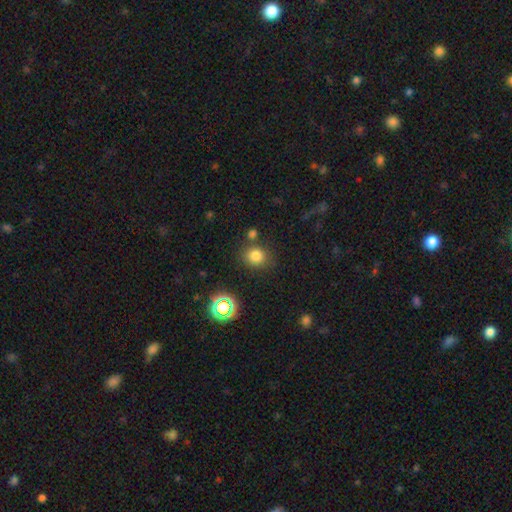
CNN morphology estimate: Smooth or featured: smooth — 79% (star or artifact — 16%)
How rounded: round — 78% (in between — 21%)
Merging: none — 77% (minor disturbance — 11%)